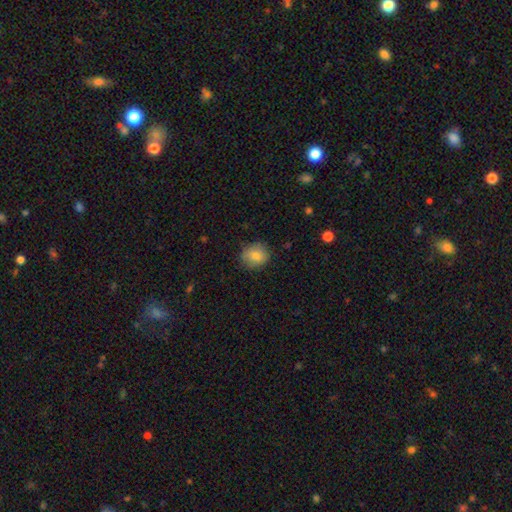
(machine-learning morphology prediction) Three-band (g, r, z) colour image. It shows a smooth galaxy with no disk features (80%) that is round (74%). Merging: none (80%).